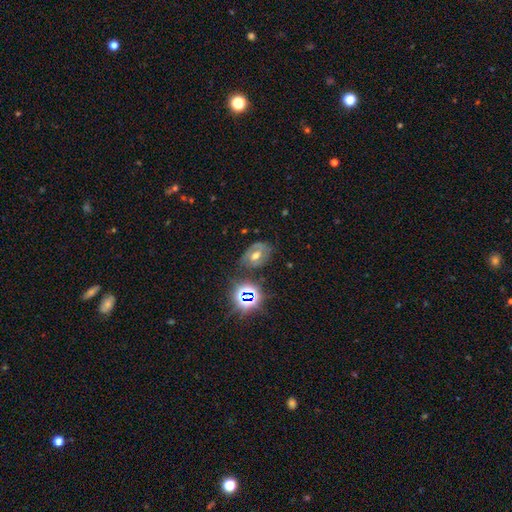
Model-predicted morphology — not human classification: A featured or disk galaxy (49%). Merging: none (63%).